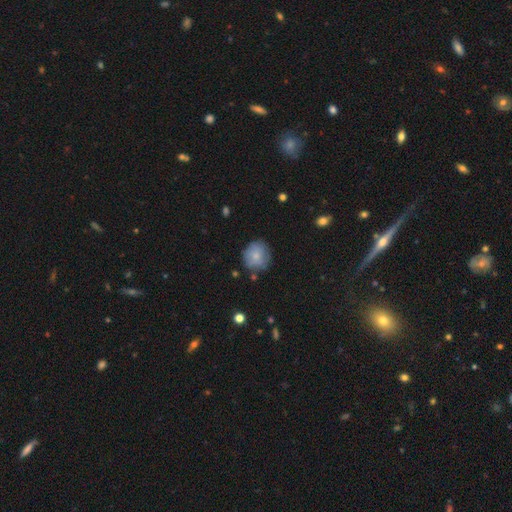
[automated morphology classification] smooth 72%, featured or disk 20%, star or artifact 8%. Down the decision tree: how rounded — round (86%); merging — none (72%).